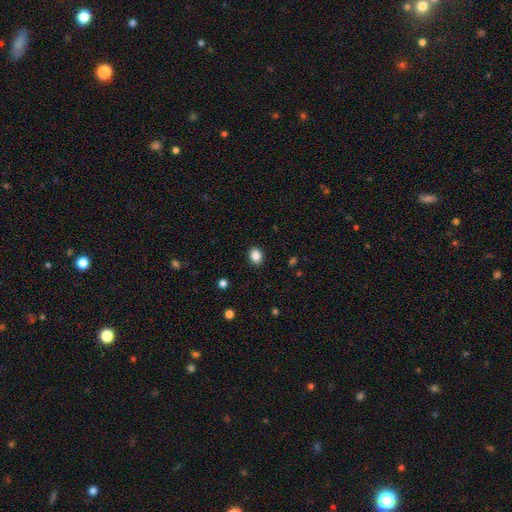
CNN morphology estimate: A smooth galaxy with no disk features (86%) that is in between round and cigar-shaped (59%). Merging: none (90%).